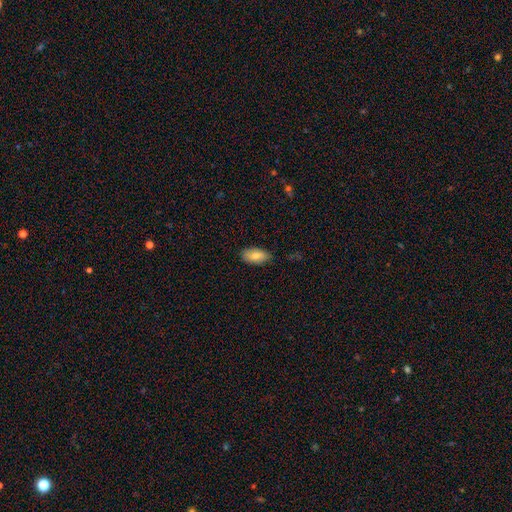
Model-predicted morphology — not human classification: Q: Smooth or featured?
A: smooth (81%); runner-up: featured or disk (12%)
Q: How rounded?
A: in between (93%); runner-up: cigar-shaped (4%)
Q: Merging?
A: none (84%); runner-up: minor disturbance (13%)